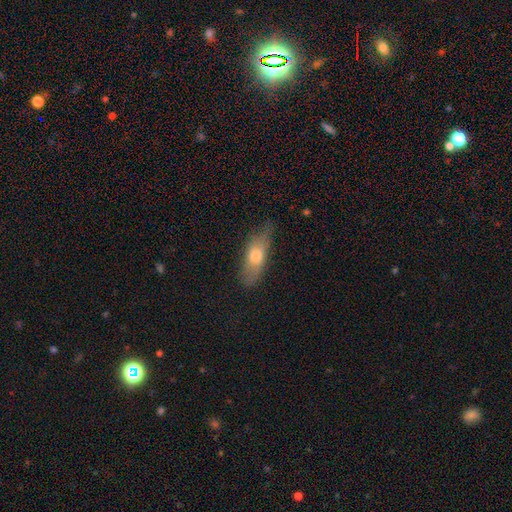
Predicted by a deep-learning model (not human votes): smooth-or-featured: smooth: 61% | featured or disk: 31% | star or artifact: 7%
  how-rounded: in between: 56% | cigar-shaped: 40% | round: 4%
  merging: none: 69% | minor disturbance: 23% | major disturbance: 6% | merger: 1%